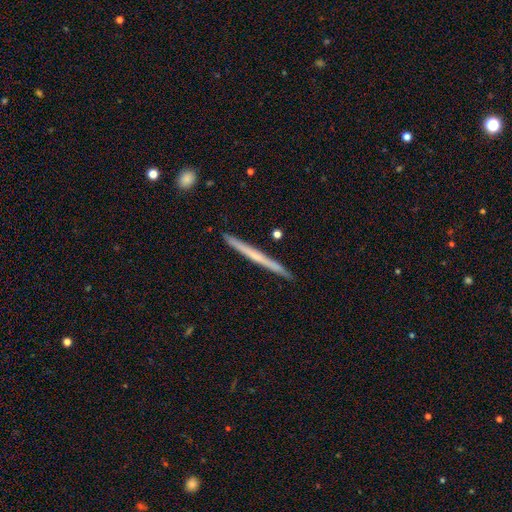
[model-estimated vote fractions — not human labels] Smooth or featured?
  - featured or disk: 53% *
  - smooth: 41%
  - star or artifact: 6%
Edge-on disk?
  - yes: 98% *
  - no: 2%
Edge-on bulge?
  - none: 79% *
  - rounded: 18%
  - boxy: 4%
Merging?
  - none: 91% *
  - minor disturbance: 6%
  - merger: 1%
  - major disturbance: 1%